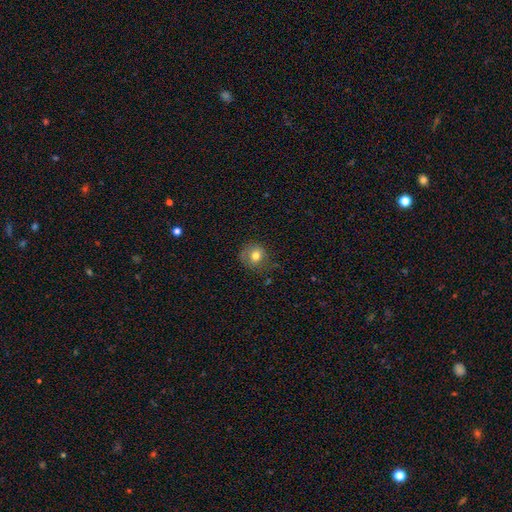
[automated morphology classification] Smooth or featured? Predicted: smooth (p=0.74). How rounded? Predicted: round (p=0.81). Merging? Predicted: none (p=0.70).